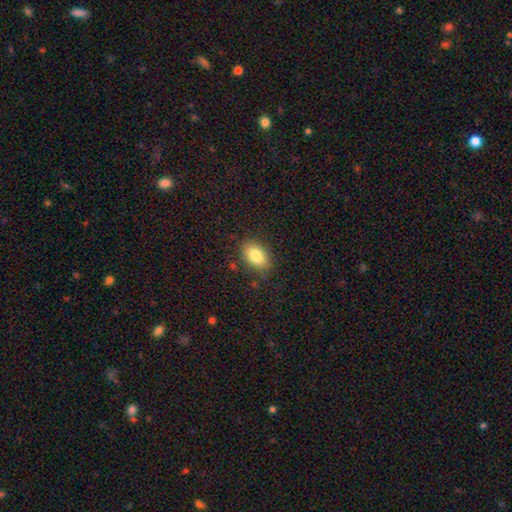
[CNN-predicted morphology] smooth 82%, featured or disk 9%, star or artifact 8%. Down the decision tree: how rounded — in between (85%); merging — none (83%).